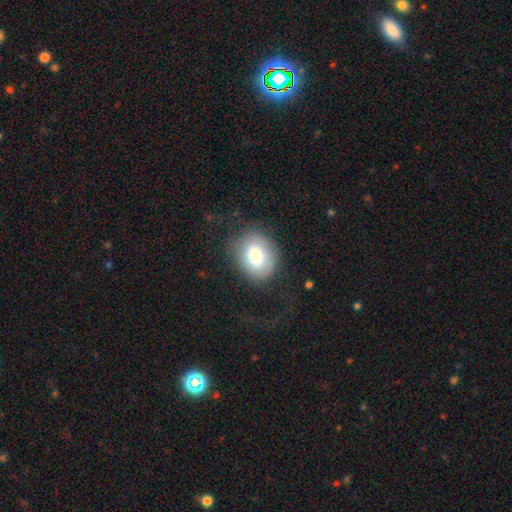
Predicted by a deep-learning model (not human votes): smooth-or-featured: smooth: 75% | featured or disk: 17% | star or artifact: 8%
  how-rounded: in between: 53% | round: 46% | cigar-shaped: 1%
  merging: none: 66% | minor disturbance: 16% | major disturbance: 16% | merger: 1%